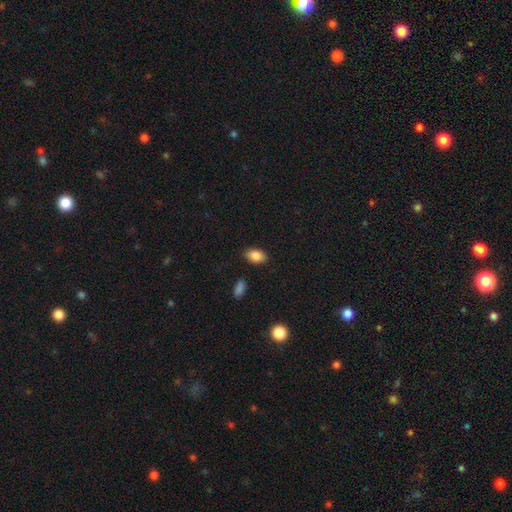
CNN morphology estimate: A smooth galaxy with no disk features (86%) that is in between round and cigar-shaped (89%).

Vote fractions:
- Smooth or featured? smooth: 86% / star or artifact: 8% / featured or disk: 6%
- How rounded? in between: 89% / round: 9% / cigar-shaped: 2%
- Merging? none: 86% / minor disturbance: 10% / major disturbance: 2% / merger: 2%